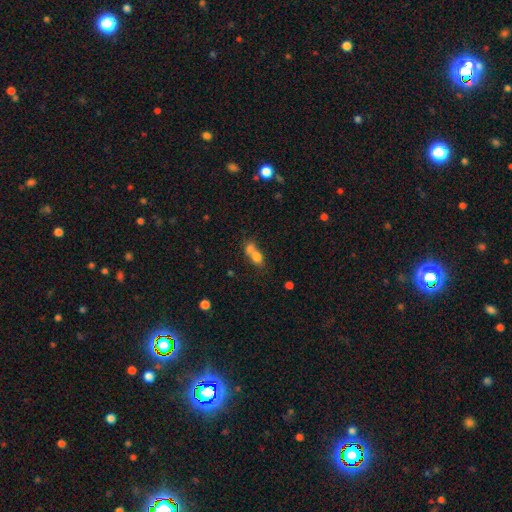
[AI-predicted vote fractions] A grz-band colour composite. It shows a smooth galaxy with no disk features (73%) that is in between round and cigar-shaped (55%). Merging: merger (67%).